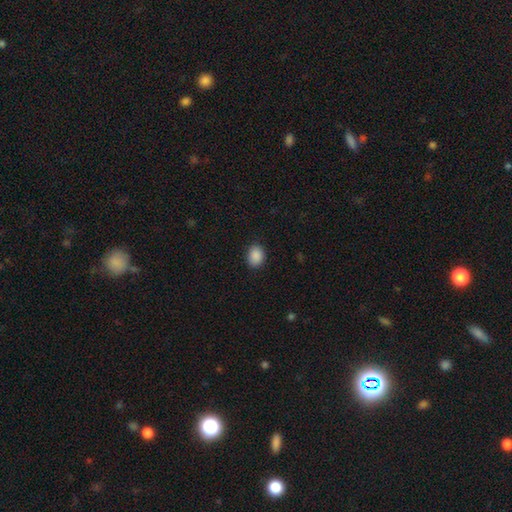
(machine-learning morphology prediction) This appears to be a smooth galaxy with no disk features (89%) that is in between round and cigar-shaped (63%). Merging: none (88%).